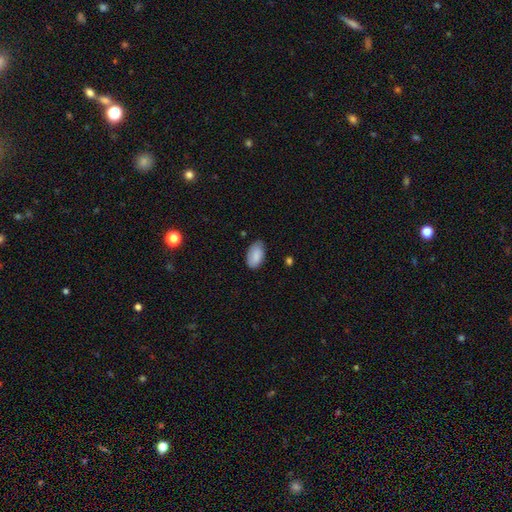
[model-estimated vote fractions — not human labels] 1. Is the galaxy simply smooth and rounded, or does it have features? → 85% smooth, 8% featured or disk, 6% star or artifact.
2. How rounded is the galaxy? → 94% in between, 4% round, 1% cigar-shaped.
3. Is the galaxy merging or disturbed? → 73% none, 22% minor disturbance, 3% major disturbance, 1% merger.